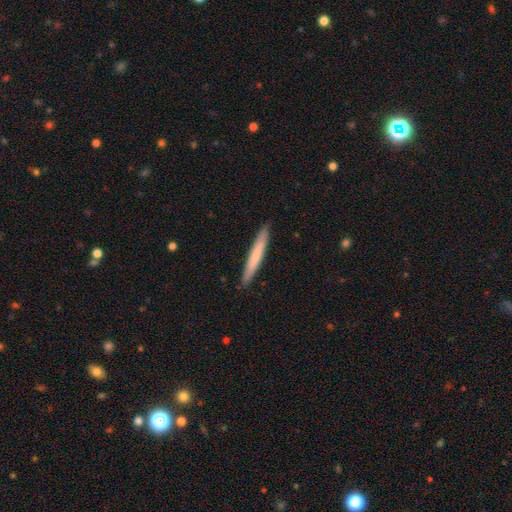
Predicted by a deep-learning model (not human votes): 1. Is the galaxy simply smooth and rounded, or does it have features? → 70% smooth, 25% featured or disk, 5% star or artifact.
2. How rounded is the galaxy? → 96% cigar-shaped, 3% in between, 1% round.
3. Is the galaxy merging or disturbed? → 91% none, 7% minor disturbance, 1% major disturbance, 1% merger.